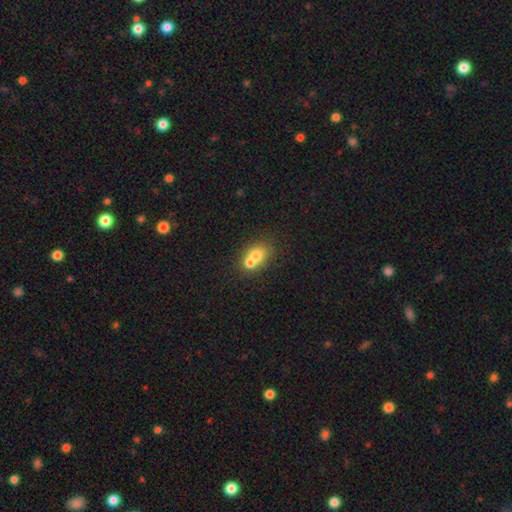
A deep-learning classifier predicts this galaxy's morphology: smooth_or_featured: smooth (p=0.67) [alt: featured or disk p=0.22]
how_rounded: in between (p=0.50) [alt: round p=0.48]
merging: merger (p=0.60) [alt: none p=0.30]